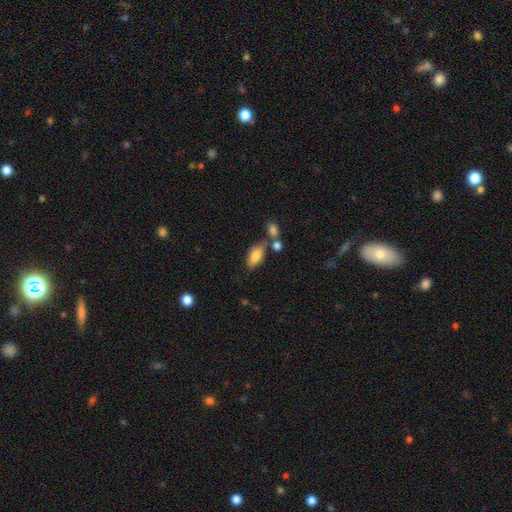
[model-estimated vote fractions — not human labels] Q: Smooth or featured?
A: smooth (80%); runner-up: featured or disk (13%)
Q: How rounded?
A: in between (87%); runner-up: cigar-shaped (9%)
Q: Merging?
A: none (57%); runner-up: merger (23%)